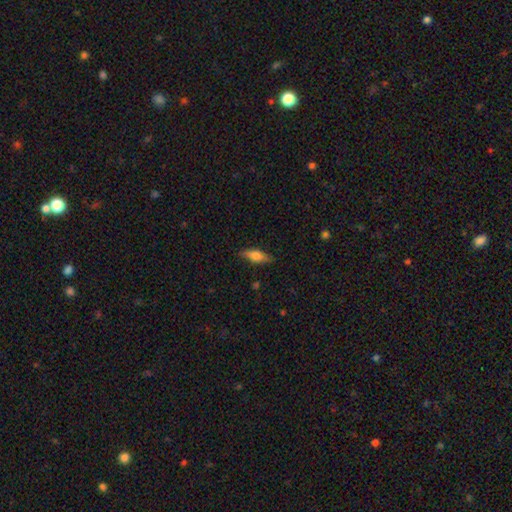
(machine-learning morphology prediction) Smooth or featured: smooth — 66% (featured or disk — 27%)
How rounded: in between — 56% (cigar-shaped — 41%)
Merging: none — 83% (minor disturbance — 13%)